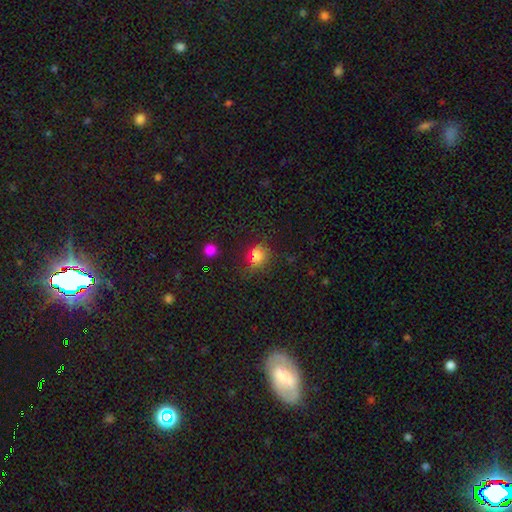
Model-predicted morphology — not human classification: A smooth galaxy with no disk features (69%) that is round (70%). Merging: none (71%).